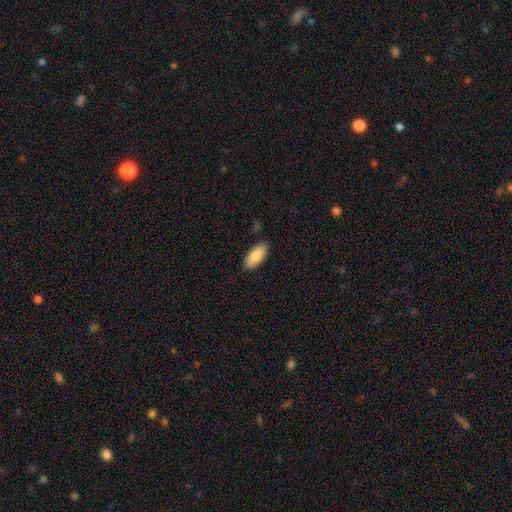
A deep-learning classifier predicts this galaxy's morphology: smooth_or_featured: smooth (p=0.88) [alt: featured or disk p=0.06]
how_rounded: in between (p=0.88) [alt: cigar-shaped p=0.10]
merging: none (p=0.87) [alt: minor disturbance p=0.10]